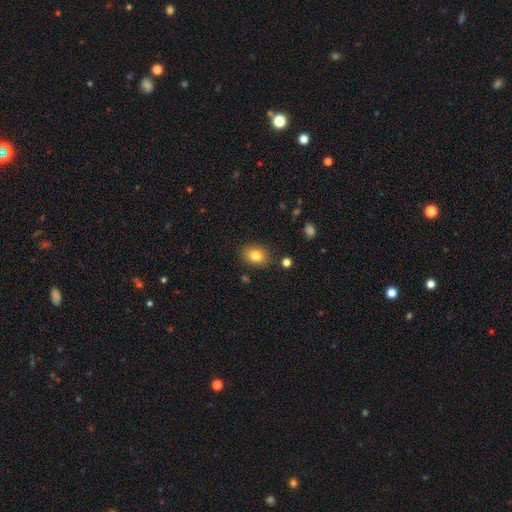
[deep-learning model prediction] Overall: smooth (81%). How rounded: in between (63%; round 36%). Merging: none (85%).